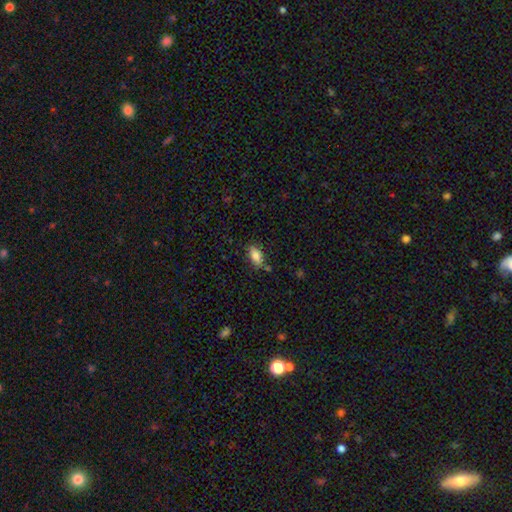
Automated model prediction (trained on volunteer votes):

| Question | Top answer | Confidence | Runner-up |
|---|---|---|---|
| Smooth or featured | smooth | 81% | featured or disk (11%) |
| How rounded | in between | 87% | cigar-shaped (9%) |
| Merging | none | 72% | minor disturbance (18%) |